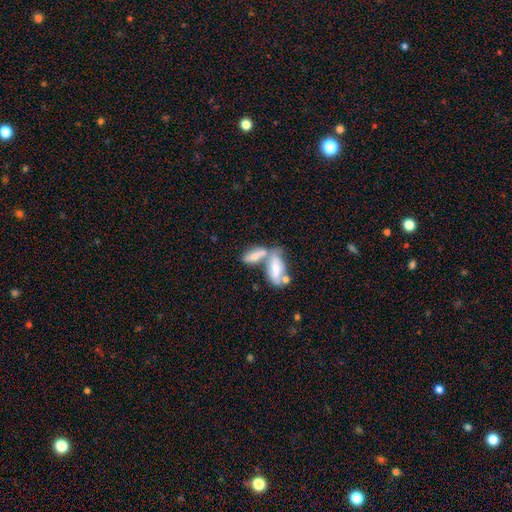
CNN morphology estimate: Q: Smooth or featured?
A: smooth (62%); runner-up: featured or disk (31%)
Q: How rounded?
A: in between (74%); runner-up: cigar-shaped (23%)
Q: Merging?
A: merger (66%); runner-up: none (22%)